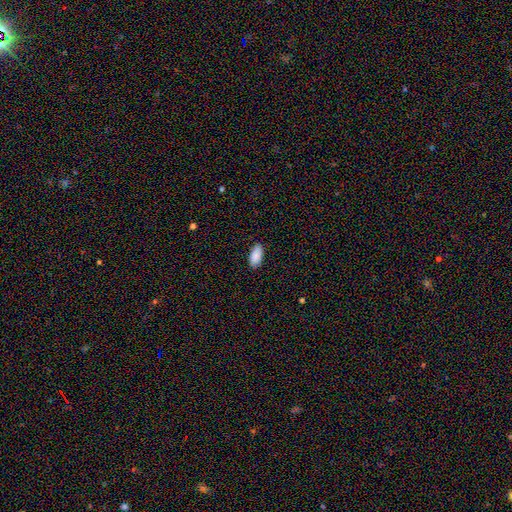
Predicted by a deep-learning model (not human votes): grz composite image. It shows a smooth galaxy with no disk features (89%) that is in between round and cigar-shaped (93%). Merging: none (87%).